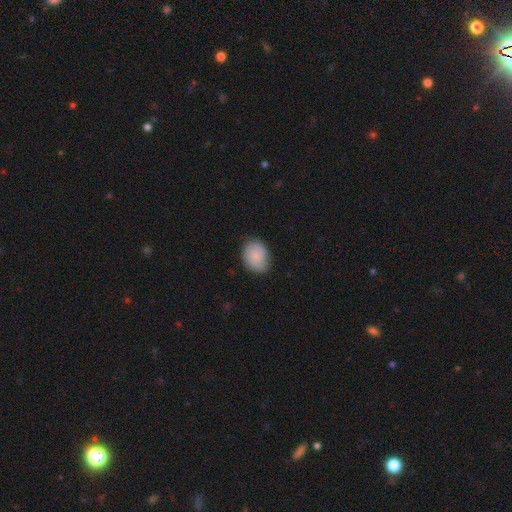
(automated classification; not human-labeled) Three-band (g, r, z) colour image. It shows a smooth galaxy with no disk features (83%) that is in between round and cigar-shaped (62%). Merging: none (77%).